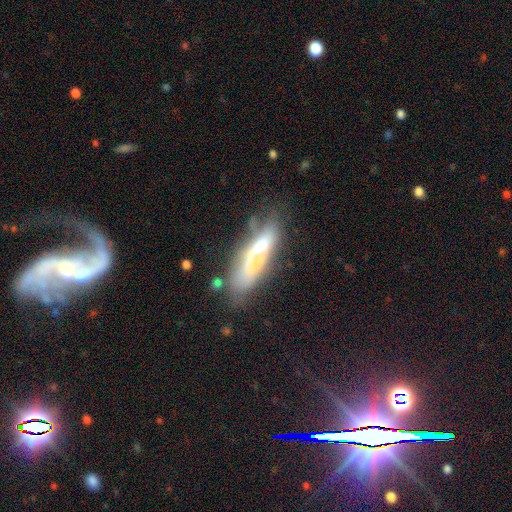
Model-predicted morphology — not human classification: The model was most divided on "smooth or featured": smooth: 55%, featured or disk: 36%, star or artifact: 9%. More confident: how rounded — cigar-shaped (64%); merging — none (51%).